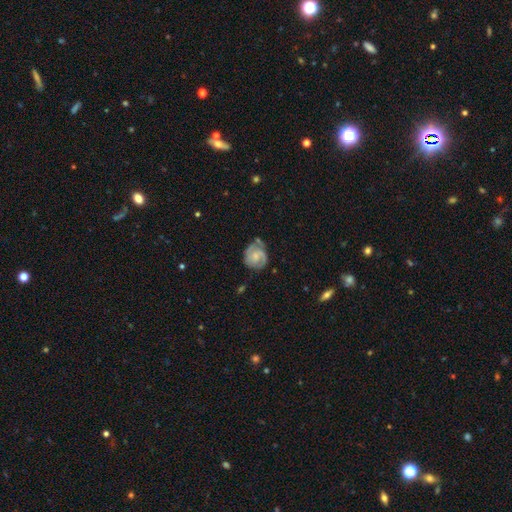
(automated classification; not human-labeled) This is likely a featured or disk galaxy (70%). It is clearly not viewed edge-on (98%). Bar: likely no (61%). Spiral arm pattern: clearly yes (91%). Spiral arm count: likely 2 (66%). Spiral winding: possibly tight (51%). Central bulge: marginally small (44%). Merging: possibly none (57%).